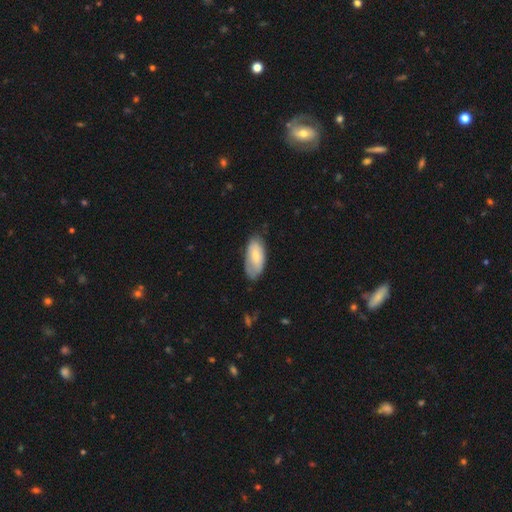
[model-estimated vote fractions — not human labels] Q: Smooth or featured?
A: smooth (70%); runner-up: featured or disk (24%)
Q: How rounded?
A: in between (92%); runner-up: cigar-shaped (6%)
Q: Merging?
A: none (65%); runner-up: minor disturbance (27%)